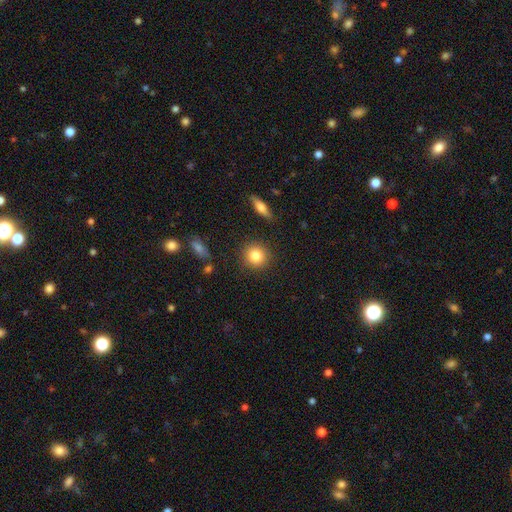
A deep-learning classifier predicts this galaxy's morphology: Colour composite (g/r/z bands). It shows a smooth galaxy with no disk features (83%) that is round (90%). Merging: none (89%).